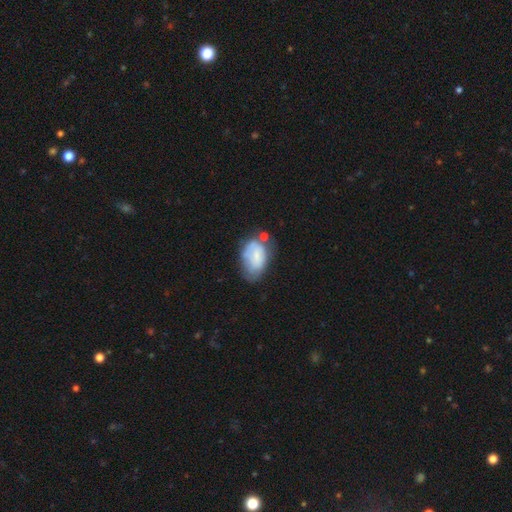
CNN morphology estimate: The model was most divided on "merging" (2-way tie): minor disturbance: 34%, none: 34%, major disturbance: 19%, merger: 14%. More confident: how rounded — in between (90%); smooth or featured — smooth (63%).